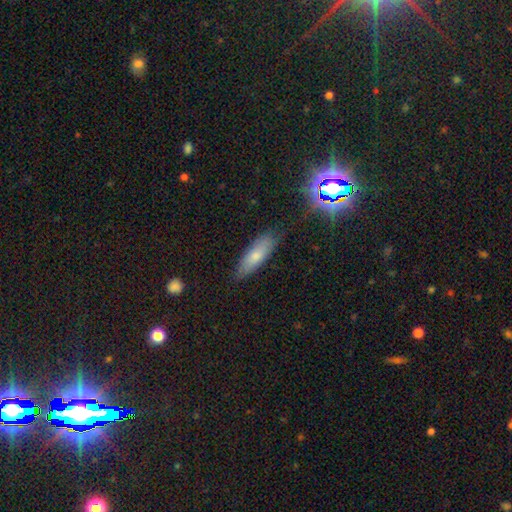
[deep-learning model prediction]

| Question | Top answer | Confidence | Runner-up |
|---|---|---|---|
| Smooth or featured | smooth | 74% | featured or disk (17%) |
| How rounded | in between | 52% | cigar-shaped (46%) |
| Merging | none | 81% | minor disturbance (15%) |